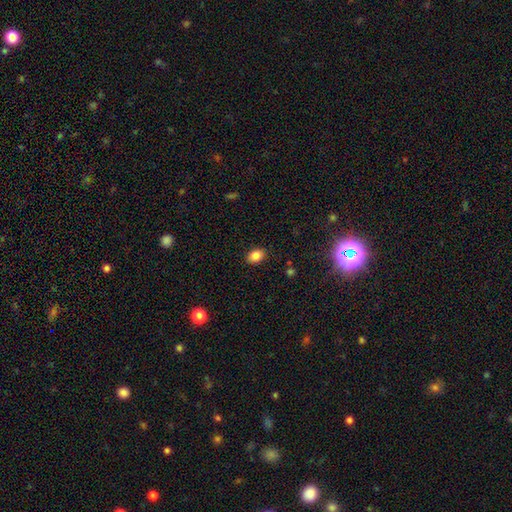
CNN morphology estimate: Overall: smooth (85%). How rounded: in between (78%). Merging: none (87%).